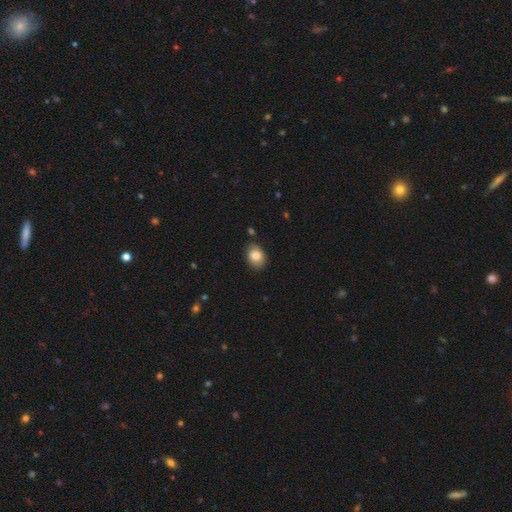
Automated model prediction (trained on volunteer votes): smooth_or_featured: smooth (p=0.83) [alt: featured or disk p=0.10]
how_rounded: in between (p=0.73) [alt: round p=0.26]
merging: none (p=0.78) [alt: minor disturbance p=0.17]